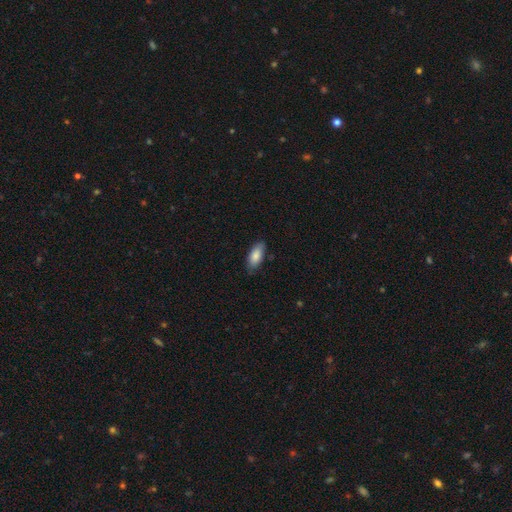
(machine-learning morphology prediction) Smooth or featured?
  - smooth: 85% *
  - featured or disk: 9%
  - star or artifact: 6%
How rounded?
  - in between: 86% *
  - cigar-shaped: 12%
  - round: 2%
Merging?
  - none: 80% *
  - minor disturbance: 16%
  - major disturbance: 3%
  - merger: 1%